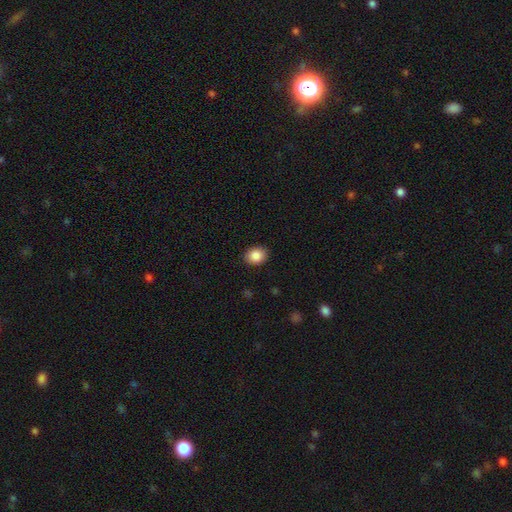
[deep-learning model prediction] Smooth or featured: smooth — 87% (star or artifact — 9%)
How rounded: round — 55% (in between — 45%)
Merging: none — 89% (minor disturbance — 8%)